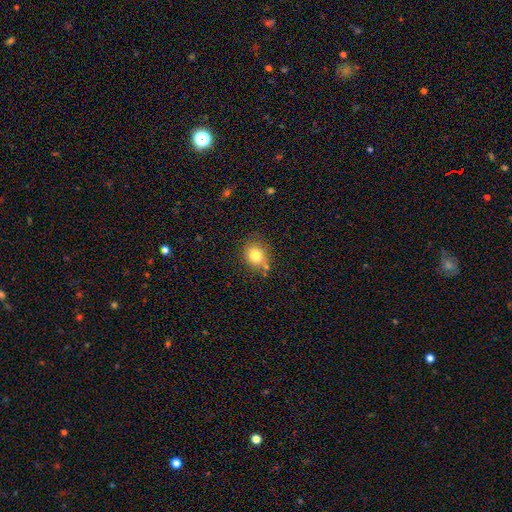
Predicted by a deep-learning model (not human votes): The model was most divided on "how rounded": round: 66%, in between: 33%, cigar-shaped: 1%. More confident: smooth or featured — smooth (80%); merging — none (75%).